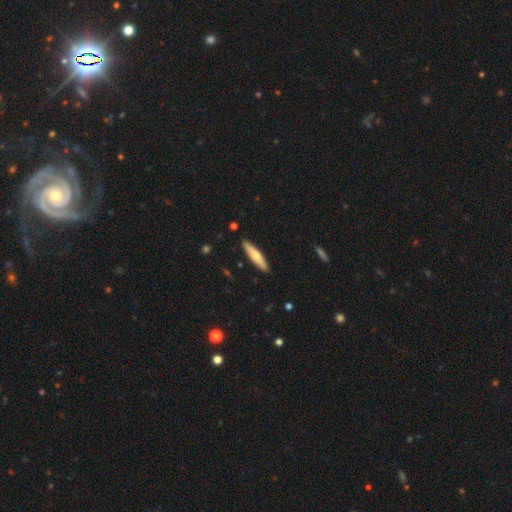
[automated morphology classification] Smooth or featured? Predicted: smooth (p=0.57). How rounded? Predicted: cigar-shaped (p=0.82). Merging? Predicted: none (p=0.90).